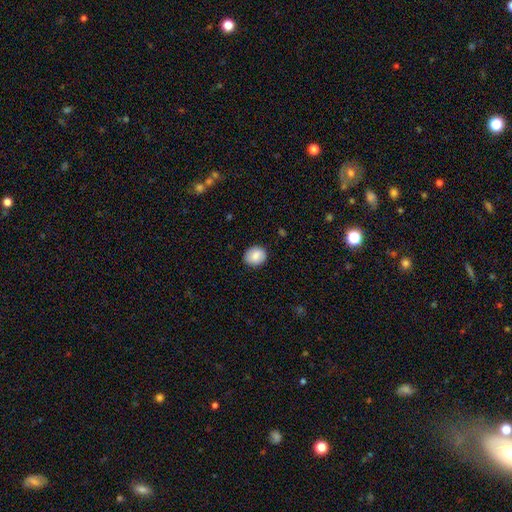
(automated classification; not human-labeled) smooth_or_featured: smooth (p=0.85) [alt: star or artifact p=0.07]
how_rounded: round (p=0.66) [alt: in between p=0.33]
merging: none (p=0.87) [alt: minor disturbance p=0.10]